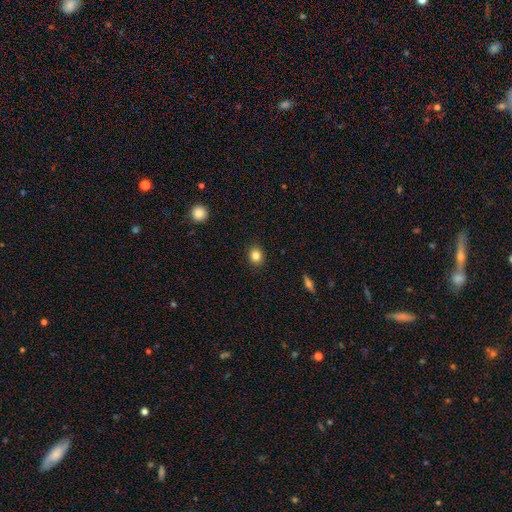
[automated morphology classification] smooth_or_featured: smooth (p=0.84) [alt: star or artifact p=0.11]
how_rounded: round (p=0.70) [alt: in between p=0.29]
merging: none (p=0.90) [alt: minor disturbance p=0.07]